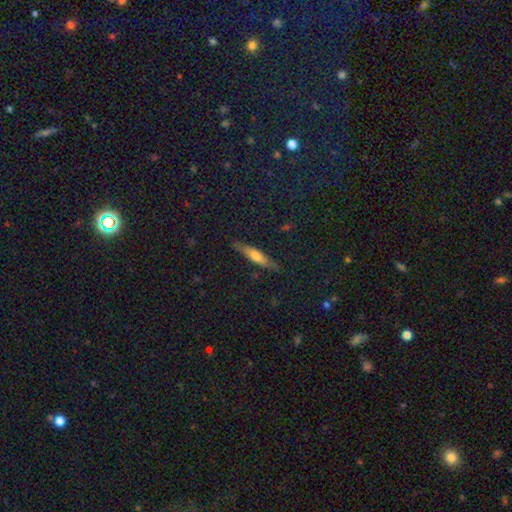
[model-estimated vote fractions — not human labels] smooth 55%, featured or disk 37%, star or artifact 8%. Down the decision tree: how rounded — cigar-shaped (79%); merging — none (84%).